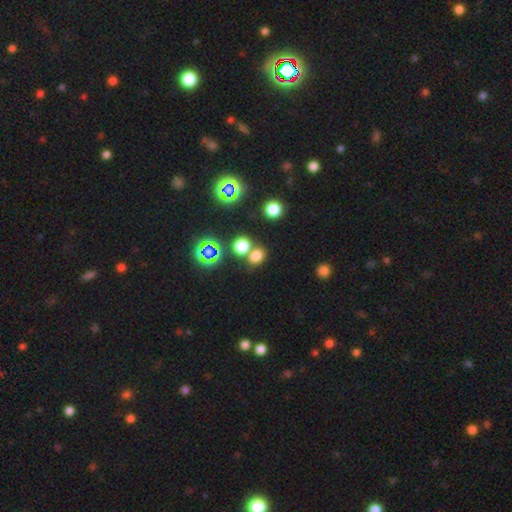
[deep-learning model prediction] The model was most divided on "how rounded": round: 61%, in between: 38%, cigar-shaped: 1%. More confident: smooth or featured — smooth (71%); merging — none (56%).